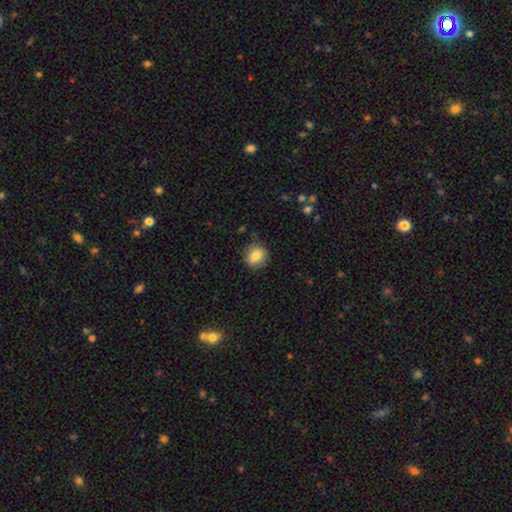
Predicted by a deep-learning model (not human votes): Q: Smooth or featured?
A: smooth (80%); runner-up: featured or disk (11%)
Q: How rounded?
A: round (74%); runner-up: in between (24%)
Q: Merging?
A: none (83%); runner-up: minor disturbance (13%)